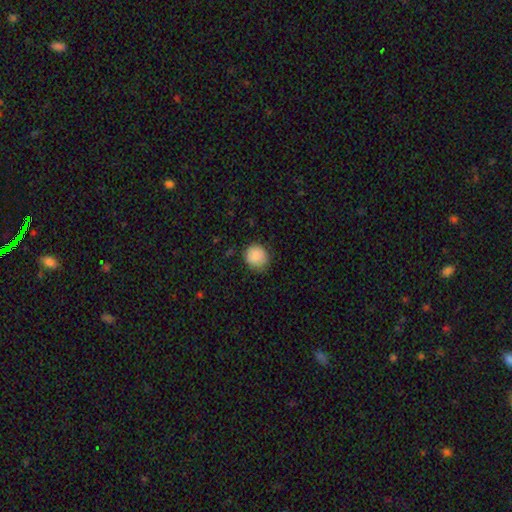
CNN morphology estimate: Smooth or featured? Predicted: smooth (p=0.88). How rounded? Predicted: round (p=0.87). Merging? Predicted: none (p=0.77).